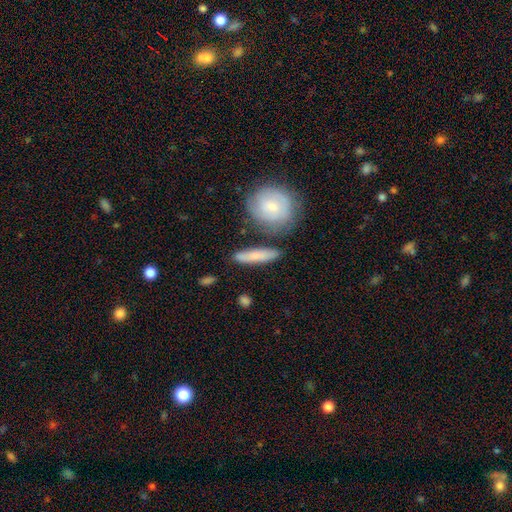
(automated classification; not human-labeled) smooth 66%, featured or disk 27%, star or artifact 6%. Down the decision tree: how rounded — cigar-shaped (72%); merging — none (75%).